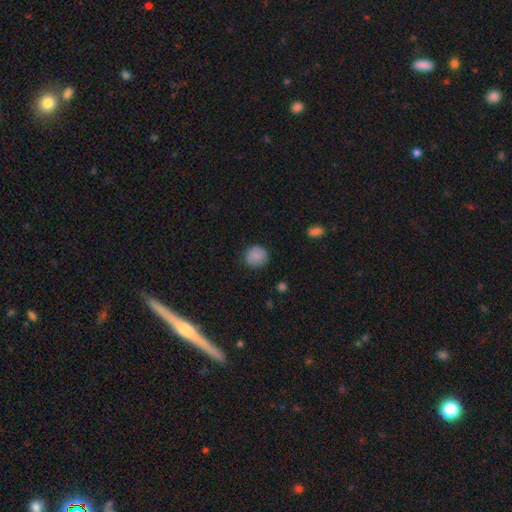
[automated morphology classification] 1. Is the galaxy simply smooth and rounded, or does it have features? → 84% smooth, 8% star or artifact, 7% featured or disk.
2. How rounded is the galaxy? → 91% round, 8% in between, 1% cigar-shaped.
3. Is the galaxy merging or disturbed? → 87% none, 9% minor disturbance, 2% major disturbance, 1% merger.